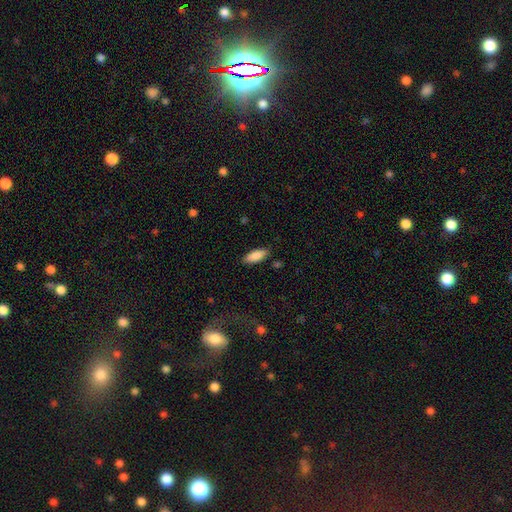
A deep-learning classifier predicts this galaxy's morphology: A smooth galaxy with no disk features (86%) that is in between round and cigar-shaped (73%). Merging: none (85%).